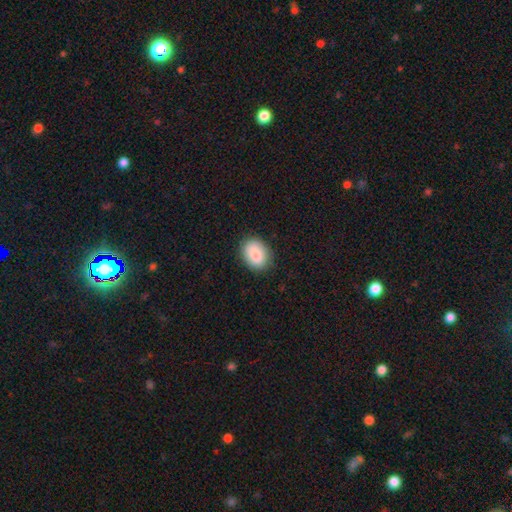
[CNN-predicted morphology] Smooth or featured?
  - smooth: 86% *
  - featured or disk: 7%
  - star or artifact: 7%
How rounded?
  - in between: 71% *
  - round: 28%
  - cigar-shaped: 1%
Merging?
  - none: 84% *
  - minor disturbance: 12%
  - major disturbance: 3%
  - merger: 1%